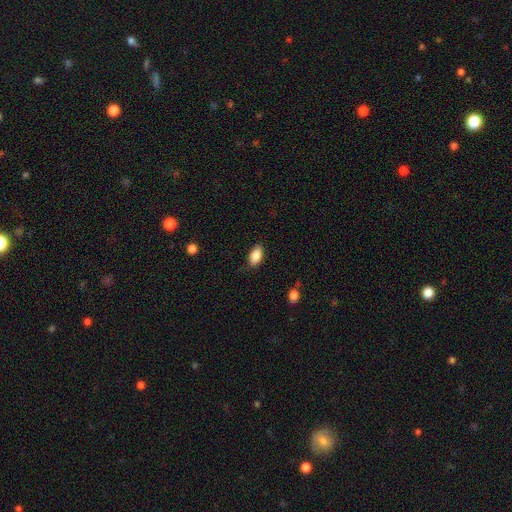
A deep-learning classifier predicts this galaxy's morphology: Overall: smooth (87%). How rounded: in between (92%). Merging: none (79%).